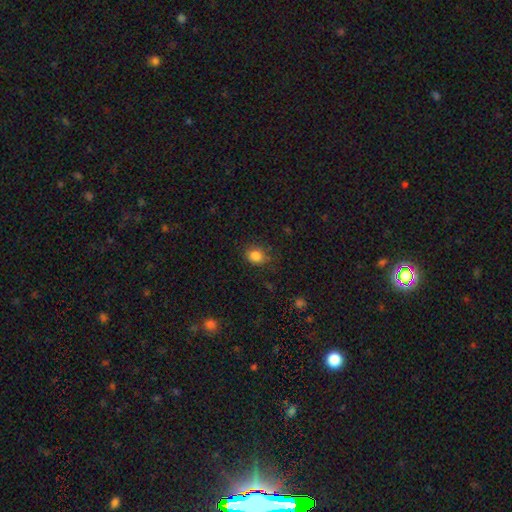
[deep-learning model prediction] The model was most divided on "how rounded": round: 56%, in between: 43%, cigar-shaped: 1%. More confident: smooth or featured — smooth (84%); merging — none (77%).